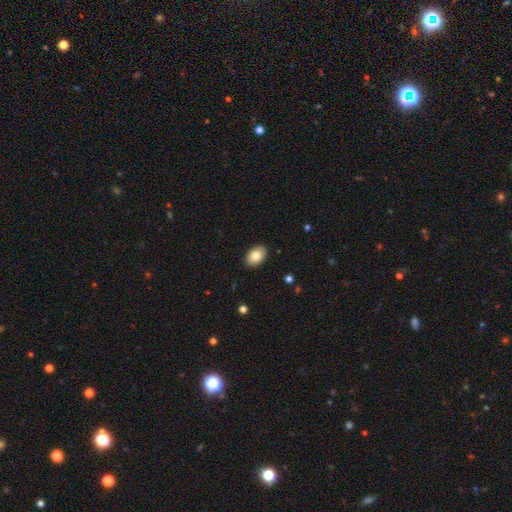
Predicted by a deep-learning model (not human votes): smooth_or_featured: smooth (p=0.83) [alt: featured or disk p=0.10]
how_rounded: in between (p=0.89) [alt: round p=0.09]
merging: none (p=0.89) [alt: minor disturbance p=0.08]